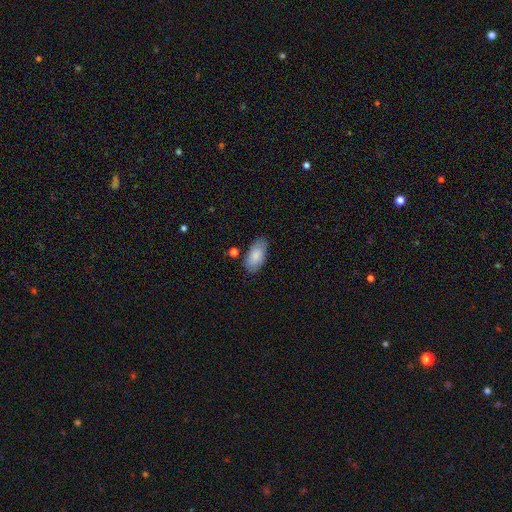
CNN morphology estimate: Smooth or featured? smooth (83%)
How rounded? in between (94%)
Merging? none (77%)